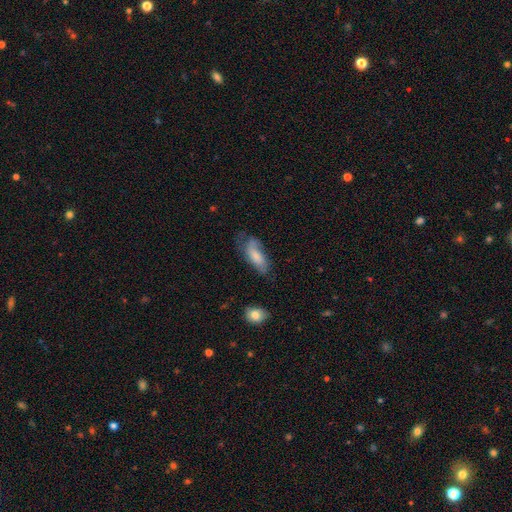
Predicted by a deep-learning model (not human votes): smooth-or-featured: smooth: 68% | featured or disk: 25% | star or artifact: 7%
  how-rounded: in between: 74% | cigar-shaped: 24% | round: 2%
  merging: none: 45% | minor disturbance: 31% | major disturbance: 19% | merger: 4%